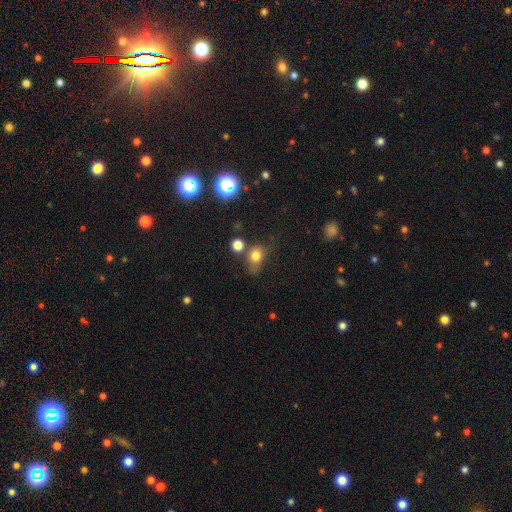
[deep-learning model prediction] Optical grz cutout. It shows a smooth galaxy with no disk features (77%) that is round (54%). Merging: none (51%).